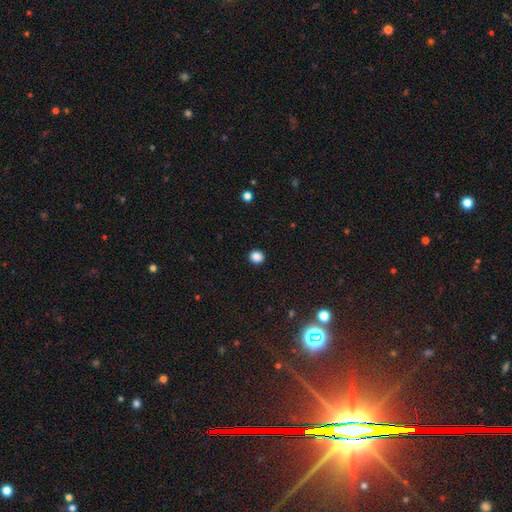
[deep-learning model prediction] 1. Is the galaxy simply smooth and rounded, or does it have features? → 87% smooth, 10% star or artifact, 3% featured or disk.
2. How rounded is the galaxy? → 81% round, 18% in between, 1% cigar-shaped.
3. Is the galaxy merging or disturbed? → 92% none, 5% minor disturbance, 2% major disturbance, 1% merger.